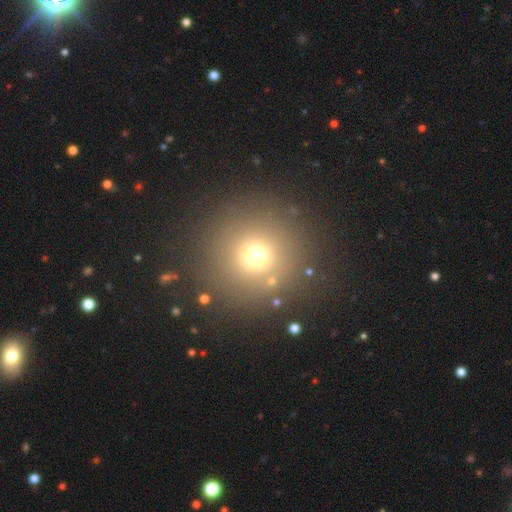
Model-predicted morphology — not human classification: A smooth galaxy with no disk features (67%) that is round (94%).

Vote fractions:
- Smooth or featured? smooth: 67% / star or artifact: 22% / featured or disk: 10%
- How rounded? round: 94% / in between: 5% / cigar-shaped: 1%
- Merging? none: 85% / minor disturbance: 7% / major disturbance: 4% / merger: 4%